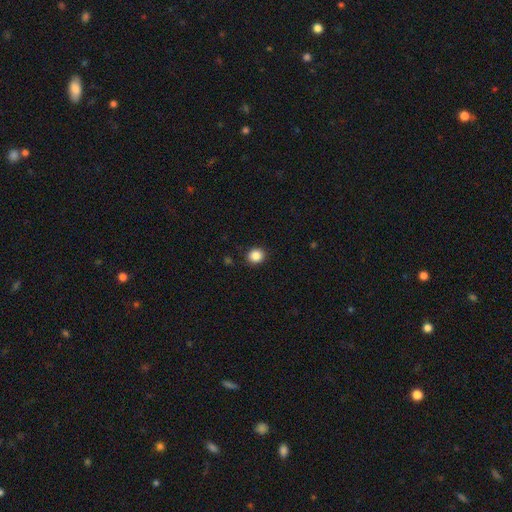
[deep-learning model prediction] Q: Smooth or featured?
A: smooth (87%); runner-up: star or artifact (10%)
Q: How rounded?
A: round (80%); runner-up: in between (19%)
Q: Merging?
A: none (91%); runner-up: minor disturbance (6%)